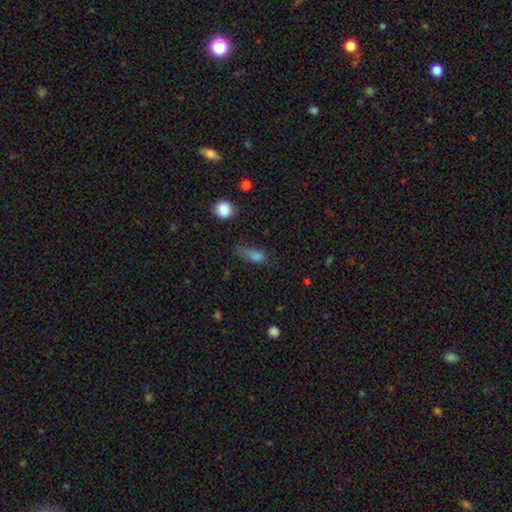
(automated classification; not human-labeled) smooth-or-featured: smooth: 70% | star or artifact: 16% | featured or disk: 14%
  how-rounded: in between: 59% | cigar-shaped: 26% | round: 15%
  merging: none: 37% | minor disturbance: 30% | major disturbance: 28% | merger: 5%